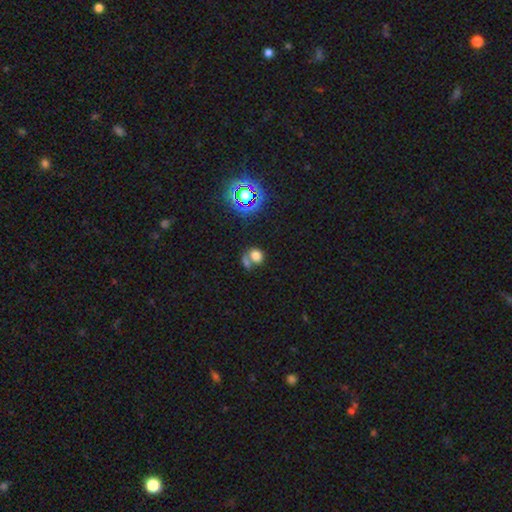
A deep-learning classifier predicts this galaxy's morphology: This is likely a smooth galaxy (71%). How rounded: likely round (63%). Merging: marginally none (43%).